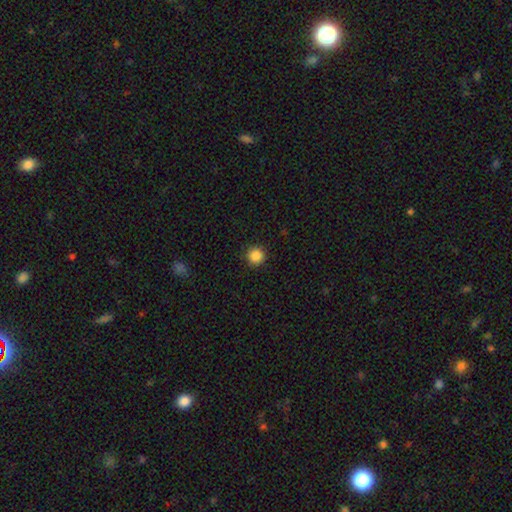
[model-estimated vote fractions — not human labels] This is clearly a smooth galaxy (86%). How rounded: clearly round (96%). Merging: clearly none (92%).